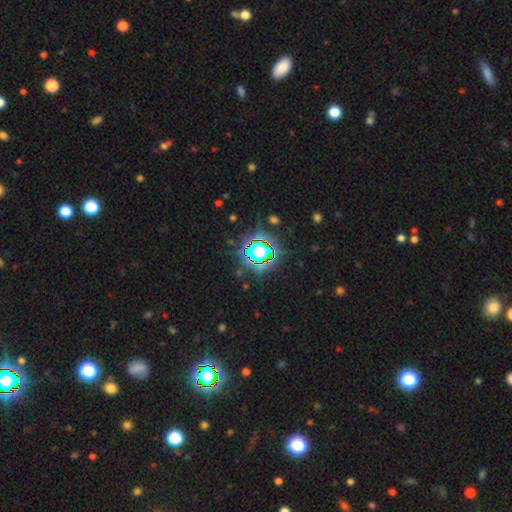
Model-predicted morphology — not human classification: Smooth or featured? star or artifact (67%)